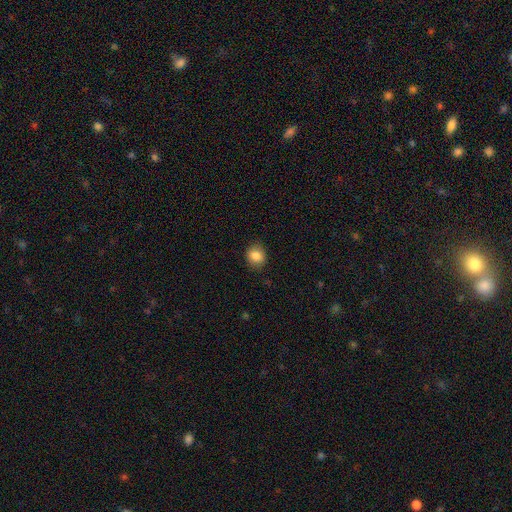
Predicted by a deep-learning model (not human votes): Overall: smooth (86%). How rounded: round (71%). Merging: none (85%).